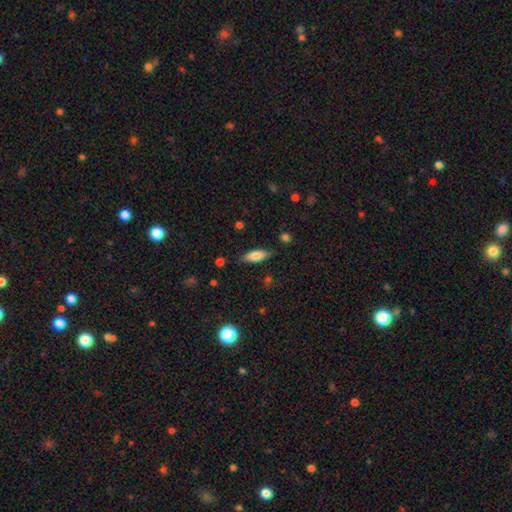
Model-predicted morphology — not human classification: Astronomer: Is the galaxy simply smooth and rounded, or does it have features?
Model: smooth — 80%.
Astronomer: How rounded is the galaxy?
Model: in between — 66%.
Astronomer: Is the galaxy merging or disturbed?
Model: none — 83%.